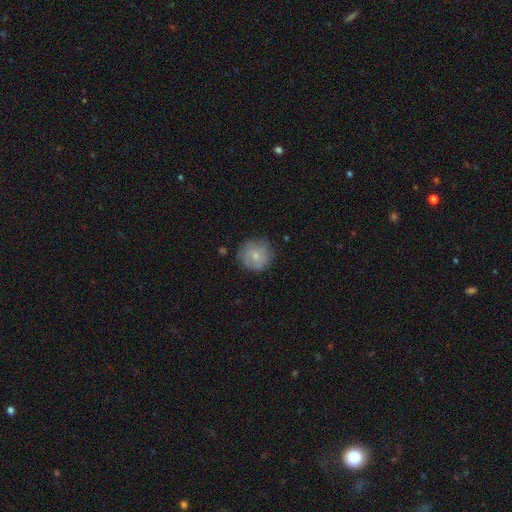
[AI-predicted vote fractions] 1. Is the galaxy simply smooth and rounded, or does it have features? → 59% smooth, 34% featured or disk, 7% star or artifact.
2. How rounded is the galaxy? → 89% round, 10% in between, 1% cigar-shaped.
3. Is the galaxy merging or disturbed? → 71% none, 21% minor disturbance, 7% major disturbance, 2% merger.